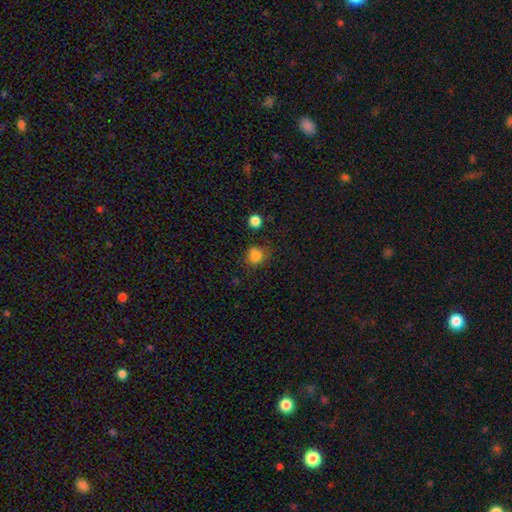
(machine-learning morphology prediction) smooth-or-featured: smooth: 83% | star or artifact: 12% | featured or disk: 5%
  how-rounded: round: 81% | in between: 18% | cigar-shaped: 1%
  merging: none: 72% | minor disturbance: 17% | major disturbance: 5% | merger: 5%